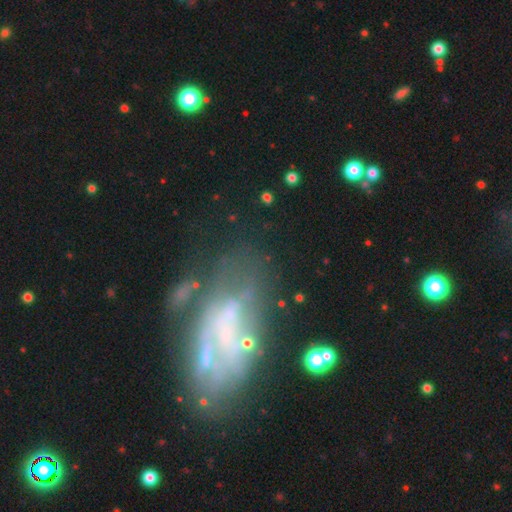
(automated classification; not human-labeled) Smooth or featured? Predicted: featured or disk (p=0.61). Edge-on disk? Predicted: no (p=0.90). Bar? Predicted: no (p=0.75). Spiral arms? Predicted: no (p=0.70). Bulge size? Predicted: none (p=0.71). Merging? Predicted: none (p=0.43).